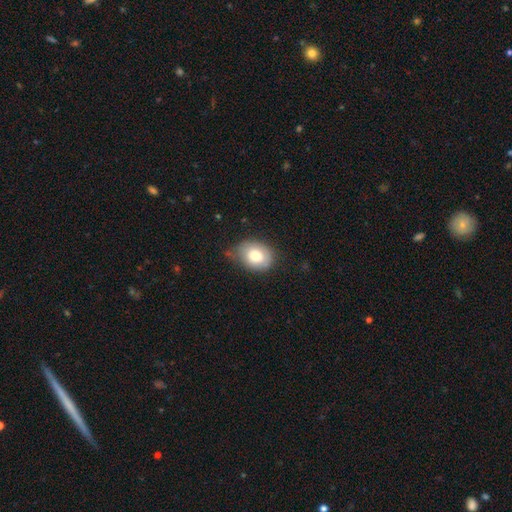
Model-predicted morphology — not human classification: smooth 75%, featured or disk 18%, star or artifact 8%. Down the decision tree: how rounded — in between (55%); merging — none (63%).